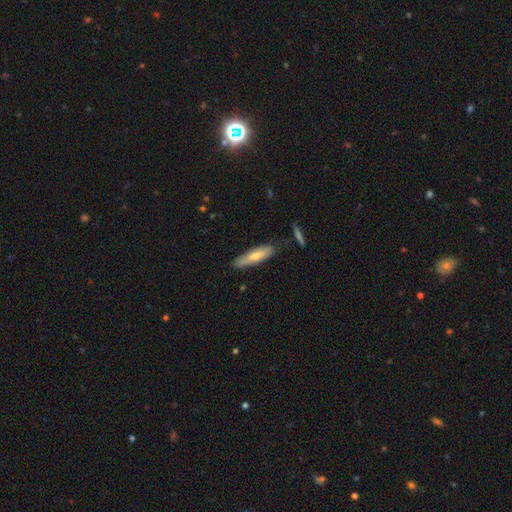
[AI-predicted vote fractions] Morphology: type=smooth (67%); roundness=cigar-shaped (74%); merging=none (80%).